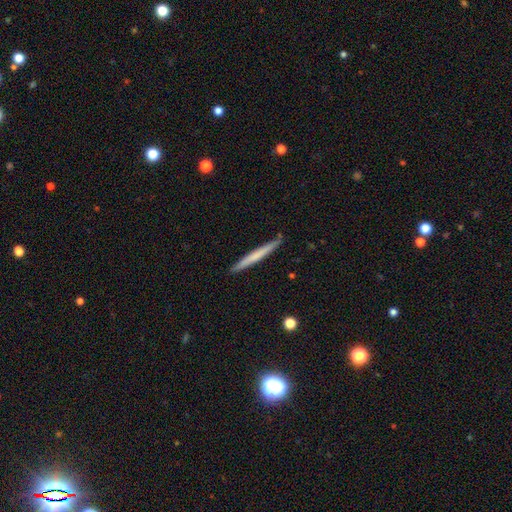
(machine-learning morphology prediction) Smooth or featured? smooth (58%)
How rounded? cigar-shaped (97%)
Merging? none (89%)